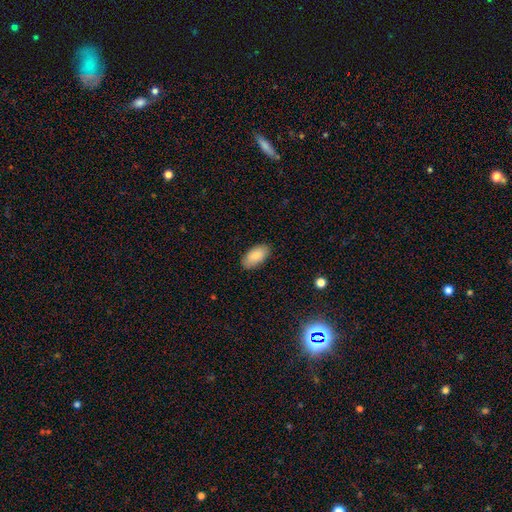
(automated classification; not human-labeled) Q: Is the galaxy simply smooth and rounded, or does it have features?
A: smooth — 86%.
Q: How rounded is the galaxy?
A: in between — 95%.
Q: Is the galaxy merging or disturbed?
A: none — 87%.